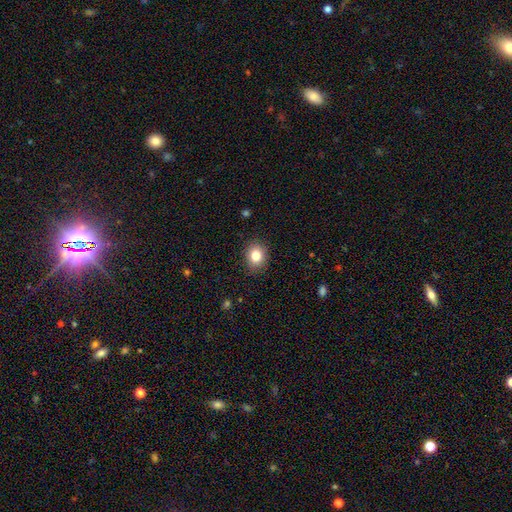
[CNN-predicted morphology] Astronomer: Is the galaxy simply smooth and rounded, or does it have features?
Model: smooth — 82%.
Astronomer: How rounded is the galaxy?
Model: round — 51% (runner-up: in between, 48%).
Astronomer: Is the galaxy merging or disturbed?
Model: none — 87%.